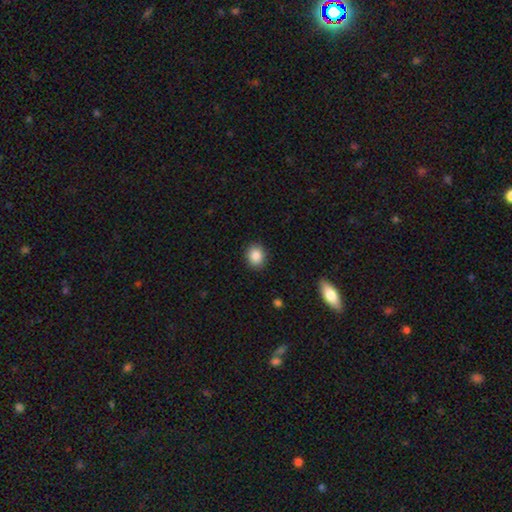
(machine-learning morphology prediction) Smooth or featured: smooth — 87% (star or artifact — 8%)
How rounded: round — 62% (in between — 37%)
Merging: none — 90% (minor disturbance — 7%)